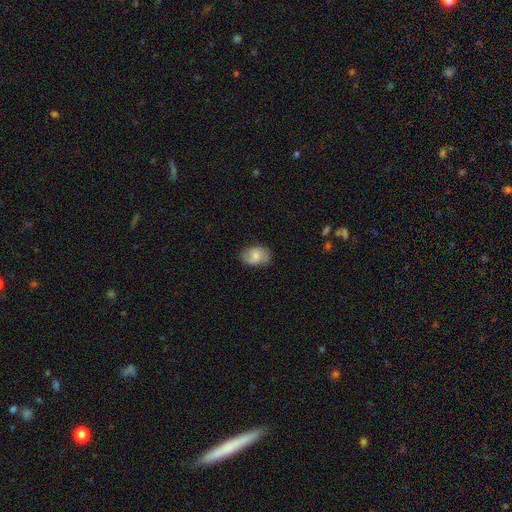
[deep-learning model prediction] Morphology: type=smooth (67%); roundness=in between (78%); merging=none (70%).